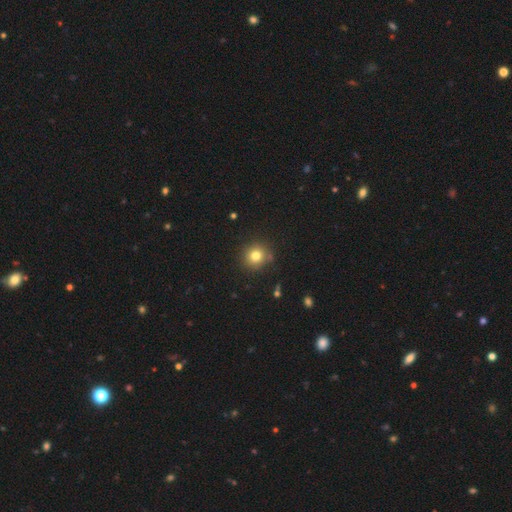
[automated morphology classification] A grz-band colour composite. It shows a smooth galaxy with no disk features (78%) that is round (90%). Merging: none (86%).